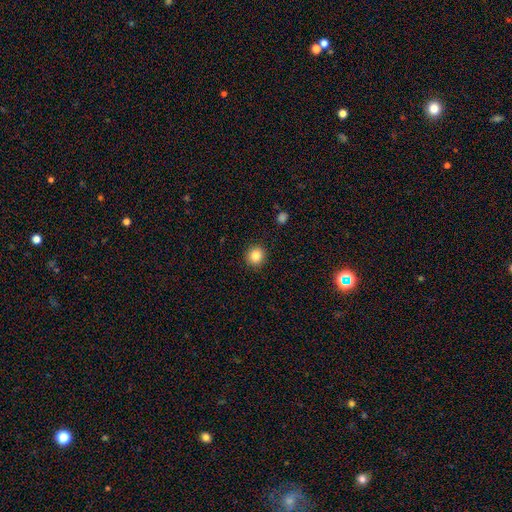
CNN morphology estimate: Overall: smooth (84%). How rounded: round (91%). Merging: none (91%).